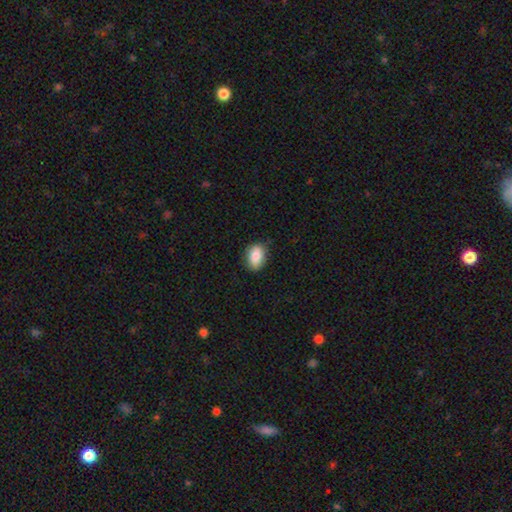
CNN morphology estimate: Smooth or featured? smooth (85%)
How rounded? in between (82%)
Merging? none (81%)